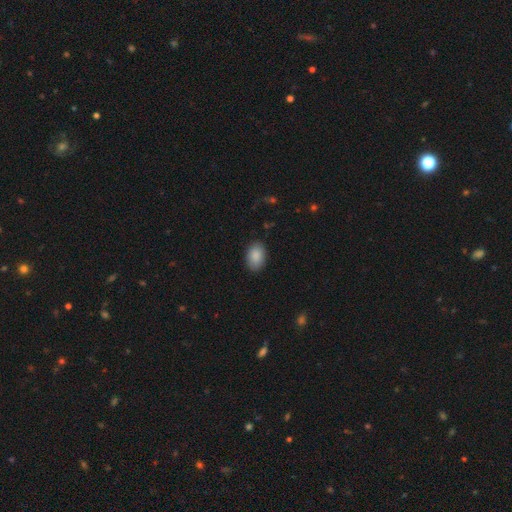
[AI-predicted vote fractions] smooth 88%, star or artifact 7%, featured or disk 5%. Down the decision tree: how rounded — in between (87%); merging — none (88%).